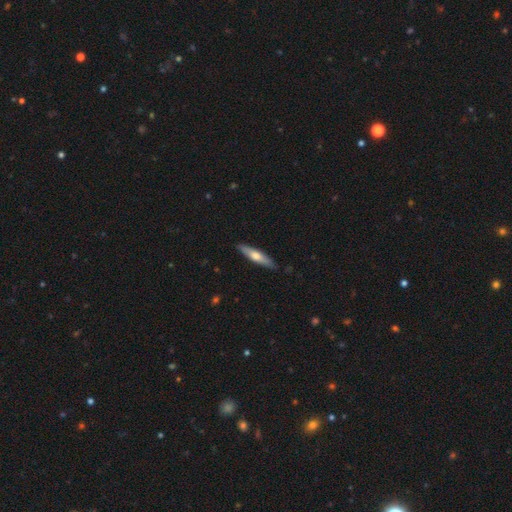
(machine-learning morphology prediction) This appears to be a smooth galaxy with no disk features (55%) that is cigar-shaped (79%). Merging: none (88%).